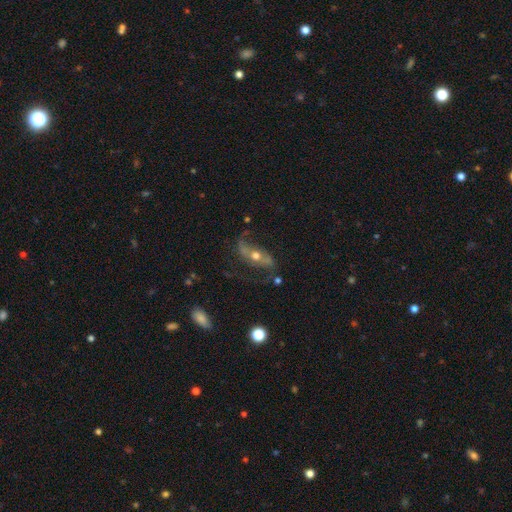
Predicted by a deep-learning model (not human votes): smooth_or_featured: featured or disk (p=0.76) [alt: smooth p=0.14]
disk_edge_on: no (p=0.86) [alt: yes p=0.14]
bar: no (p=0.51) [alt: weak p=0.26]
has_spiral_arms: yes (p=0.87) [alt: no p=0.13]
spiral_winding: loose (p=0.65) [alt: medium p=0.26]
spiral_arm_count: 2 (p=0.87) [alt: 1 p=0.05]
bulge_size: moderate (p=0.67) [alt: small p=0.24]
merging: none (p=0.61) [alt: minor disturbance p=0.18]